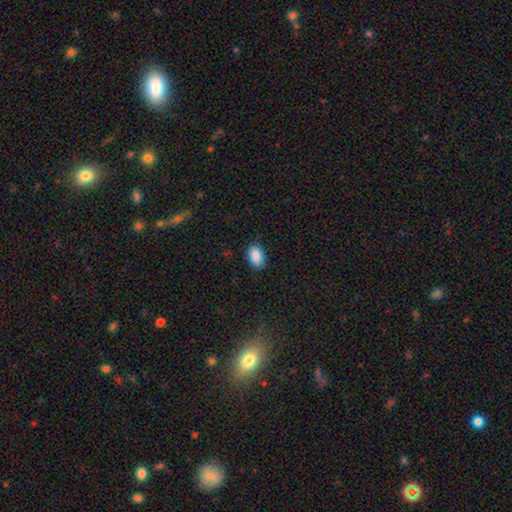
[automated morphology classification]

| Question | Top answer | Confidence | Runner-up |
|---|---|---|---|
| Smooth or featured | smooth | 88% | star or artifact (7%) |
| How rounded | in between | 90% | round (9%) |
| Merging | none | 82% | minor disturbance (14%) |